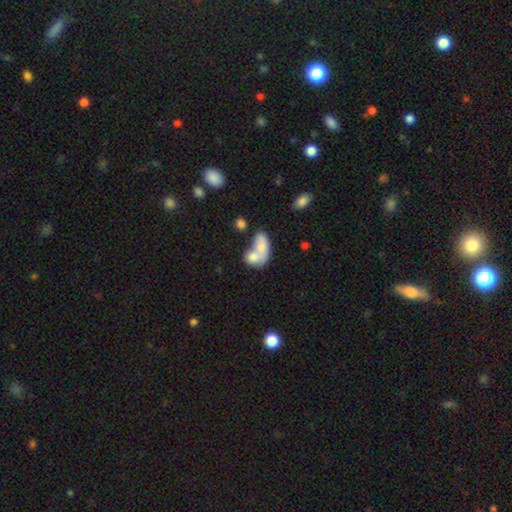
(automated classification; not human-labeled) Smooth or featured: smooth — 75% (featured or disk — 18%)
How rounded: in between — 82% (round — 15%)
Merging: merger — 70% (none — 17%)